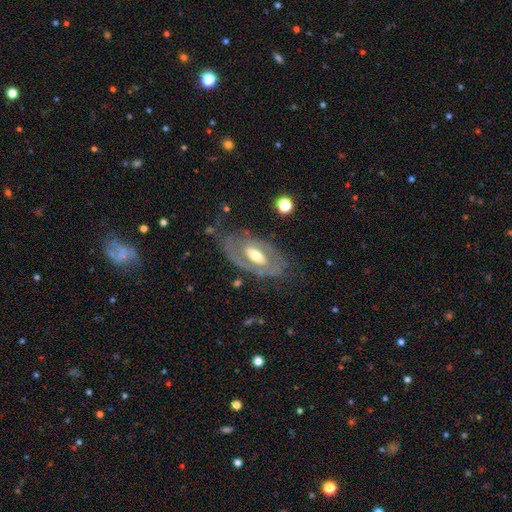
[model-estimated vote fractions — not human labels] Morphology: type=featured or disk (75%); edge-on=no (91%); bar=no (40%); spiral arms=yes (58%); bulge=moderate (64%); merging=none (65%).